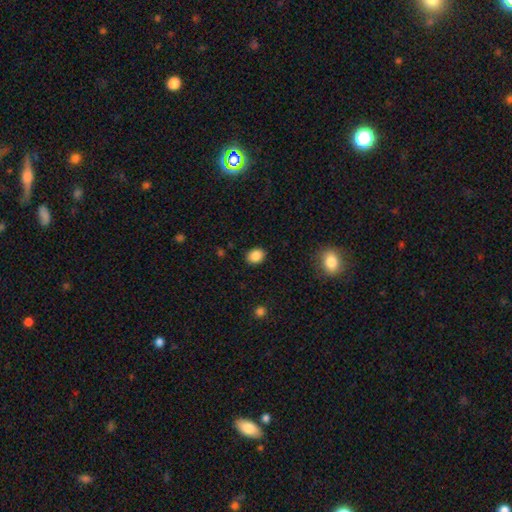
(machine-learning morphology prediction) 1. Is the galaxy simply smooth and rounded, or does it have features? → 86% smooth, 9% star or artifact, 4% featured or disk.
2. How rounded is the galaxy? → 52% in between, 47% round, 1% cigar-shaped.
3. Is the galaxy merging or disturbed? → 89% none, 8% minor disturbance, 2% major disturbance, 1% merger.